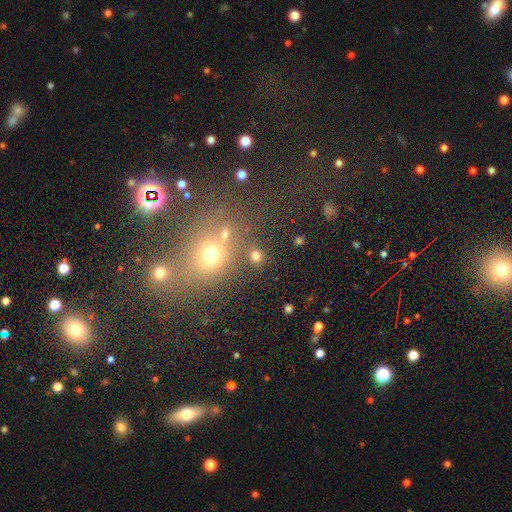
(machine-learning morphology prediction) Q: Smooth or featured?
A: smooth (74%); runner-up: star or artifact (19%)
Q: How rounded?
A: round (81%); runner-up: in between (18%)
Q: Merging?
A: none (74%); runner-up: merger (14%)